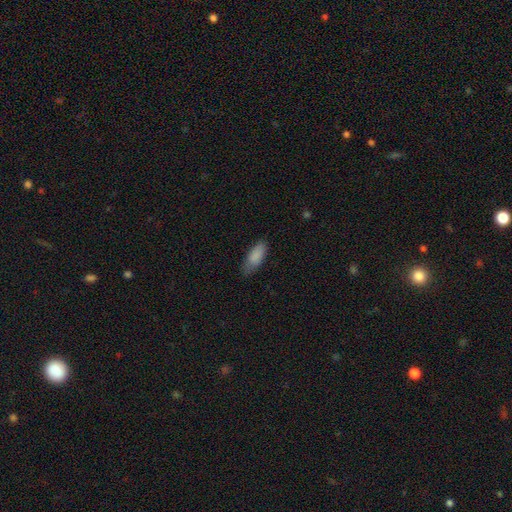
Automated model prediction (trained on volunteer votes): smooth-or-featured: smooth: 87% | featured or disk: 7% | star or artifact: 7%
  how-rounded: in between: 78% | cigar-shaped: 20% | round: 2%
  merging: none: 67% | minor disturbance: 26% | major disturbance: 5% | merger: 1%